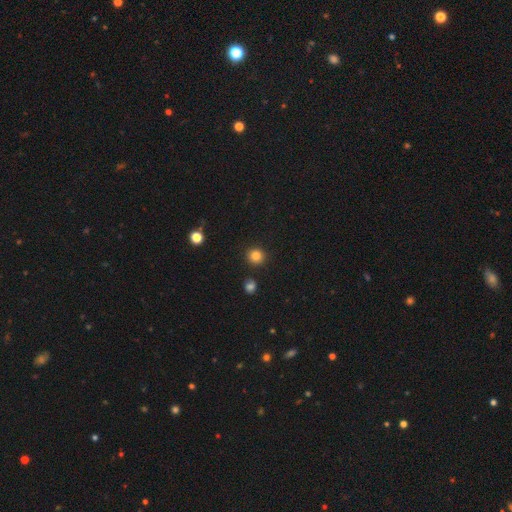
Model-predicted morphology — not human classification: A smooth galaxy with no disk features (84%) that is round (94%).

Vote fractions:
- Smooth or featured? smooth: 84% / star or artifact: 12% / featured or disk: 4%
- How rounded? round: 94% / in between: 6% / cigar-shaped: 1%
- Merging? none: 90% / minor disturbance: 6% / merger: 3% / major disturbance: 2%